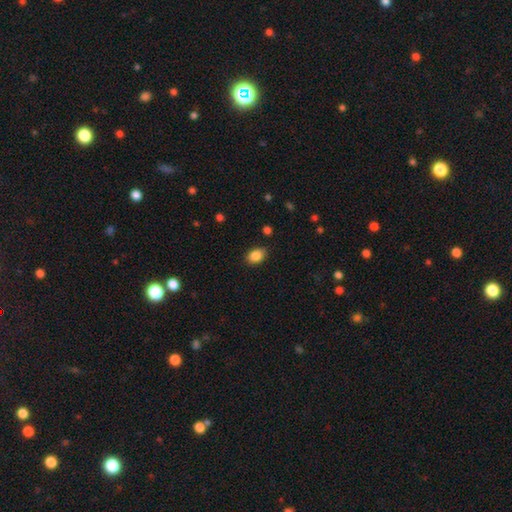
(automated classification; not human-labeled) This is clearly a smooth galaxy (86%). How rounded: likely in between (77%). Merging: clearly none (83%).